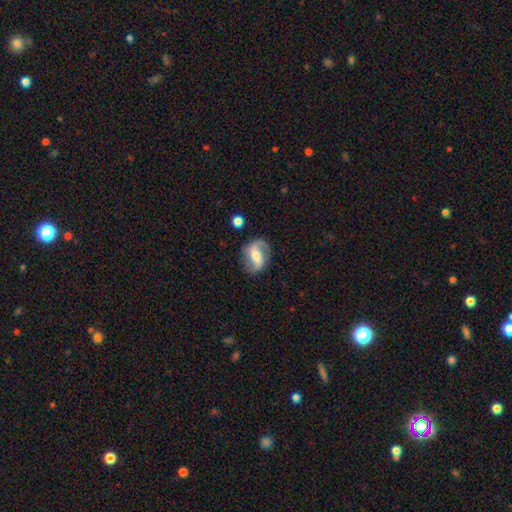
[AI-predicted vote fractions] The model was most divided on "bar": strong: 44%, weak: 35%, no: 20%. More confident: edge-on disk — no (95%); spiral arms — yes (92%); spiral arm count — 2 (88%); smooth or featured — featured or disk (80%); merging — none (78%); bulge size — moderate (59%); spiral winding — loose (56%).